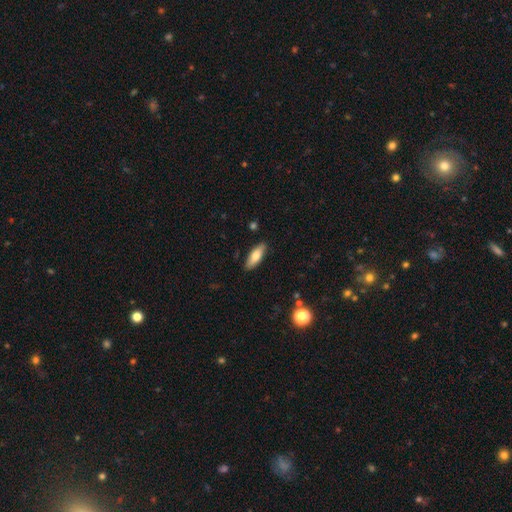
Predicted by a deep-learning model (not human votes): Morphology: type=smooth (71%); roundness=in between (63%); merging=none (87%).